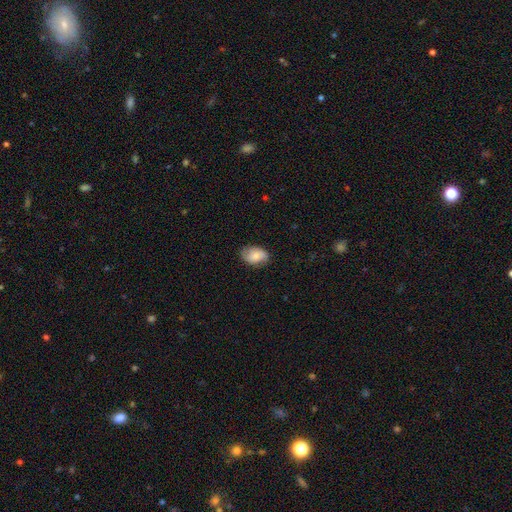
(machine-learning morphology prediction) smooth_or_featured: smooth (p=0.69) [alt: featured or disk p=0.24]
how_rounded: in between (p=0.81) [alt: round p=0.17]
merging: none (p=0.75) [alt: minor disturbance p=0.20]